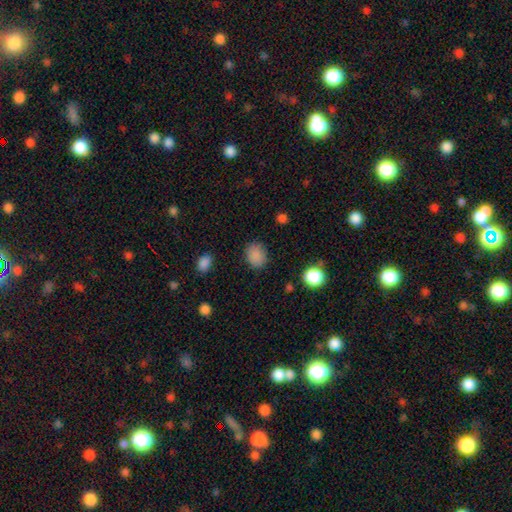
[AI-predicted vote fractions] Smooth or featured? smooth (86%)
How rounded? round (59%)
Merging? none (83%)